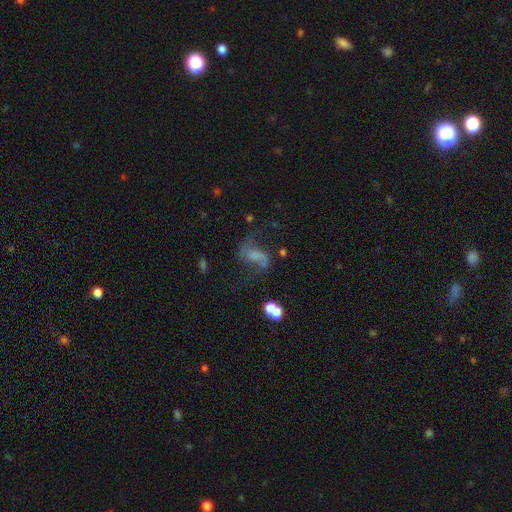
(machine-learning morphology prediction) Smooth or featured: featured or disk — 72% (smooth — 14%)
Edge-on disk: no — 97% (yes — 3%)
Bar: no — 46% (weak — 39%)
Spiral arms: yes — 90% (no — 10%)
Spiral winding: loose — 76% (medium — 20%)
Spiral arm count: 2 — 89% (1 — 5%)
Bulge size: none — 40% (small — 33%)
Merging: none — 53% (major disturbance — 23%)